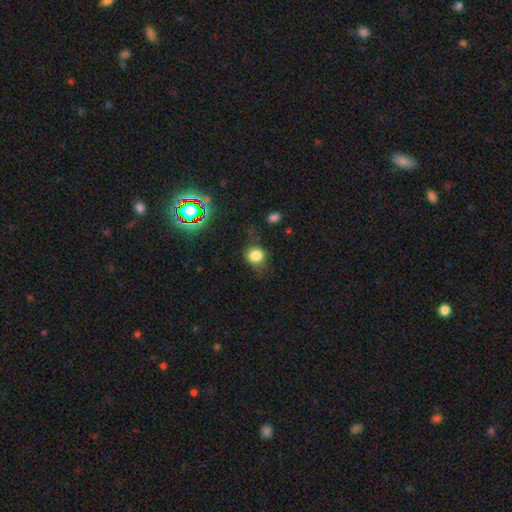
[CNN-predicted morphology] type=smooth (77%); roundness=round (75%); merging=none (65%).